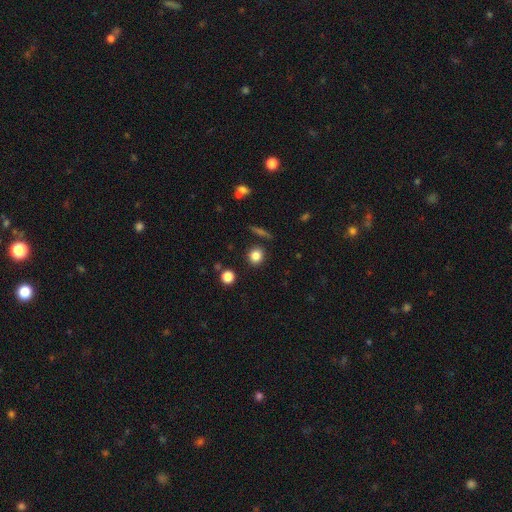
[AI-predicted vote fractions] This is clearly a smooth galaxy (83%). How rounded: clearly round (84%). Merging: clearly none (87%).